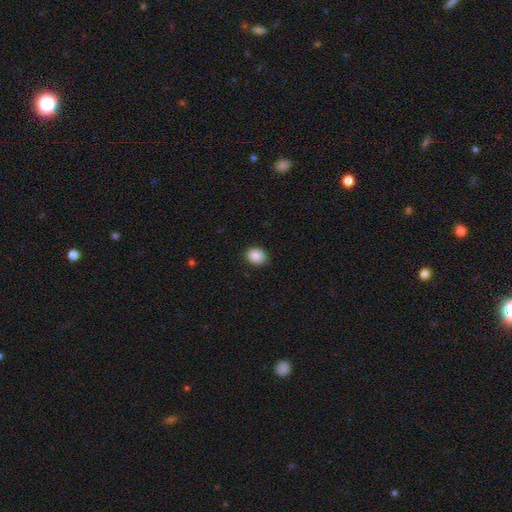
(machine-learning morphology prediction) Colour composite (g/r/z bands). It shows a smooth galaxy with no disk features (89%) that is round (62%). Merging: none (86%).